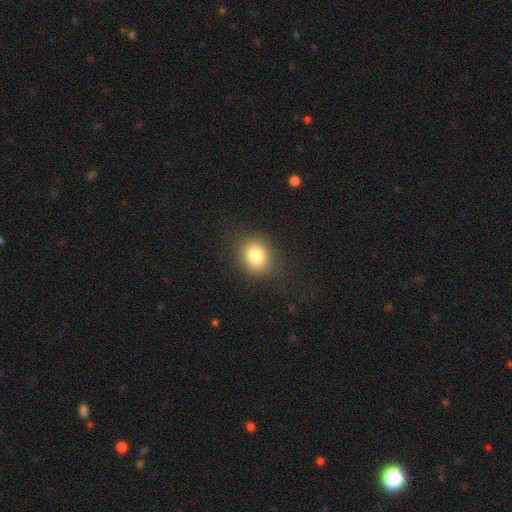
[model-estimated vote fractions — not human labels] smooth-or-featured: smooth: 81% | star or artifact: 11% | featured or disk: 8%
  how-rounded: round: 65% | in between: 34% | cigar-shaped: 1%
  merging: none: 86% | minor disturbance: 9% | major disturbance: 4% | merger: 1%